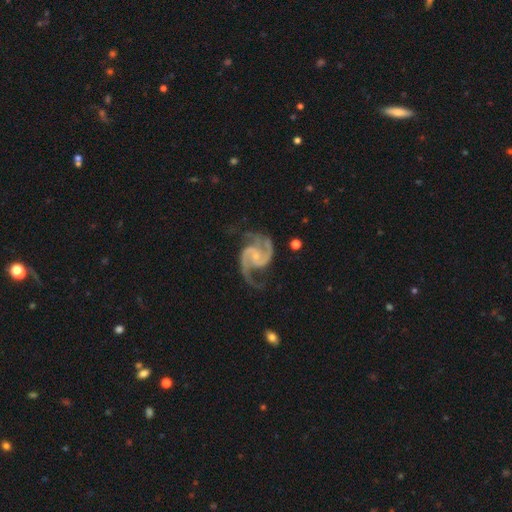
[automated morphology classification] Smooth or featured? Predicted: featured or disk (p=0.94). Edge-on disk? Predicted: no (p=0.98). Bar? Predicted: no (p=0.53). Spiral arms? Predicted: yes (p=0.99). Spiral winding? Predicted: medium (p=0.63). Spiral arm count? Predicted: 2 (p=0.90). Bulge size? Predicted: small (p=0.64). Merging? Predicted: none (p=0.68).